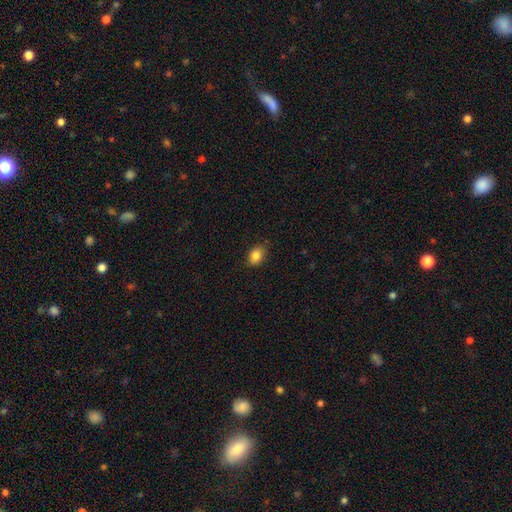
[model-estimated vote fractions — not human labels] smooth-or-featured: smooth: 85% | star or artifact: 9% | featured or disk: 6%
  how-rounded: in between: 73% | round: 26% | cigar-shaped: 1%
  merging: none: 82% | minor disturbance: 14% | major disturbance: 3% | merger: 1%